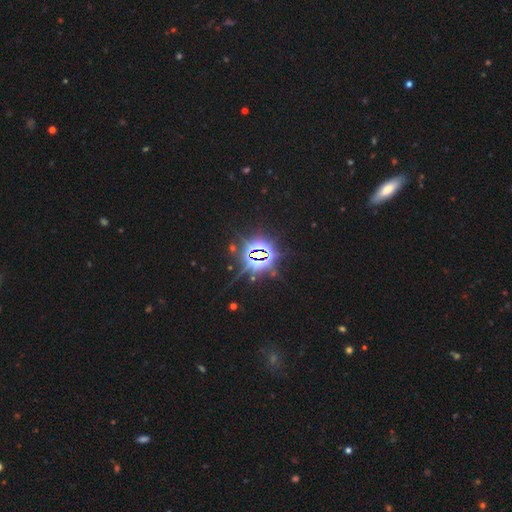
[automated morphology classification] smooth-or-featured: star or artifact: 85% | featured or disk: 7% | smooth: 7%